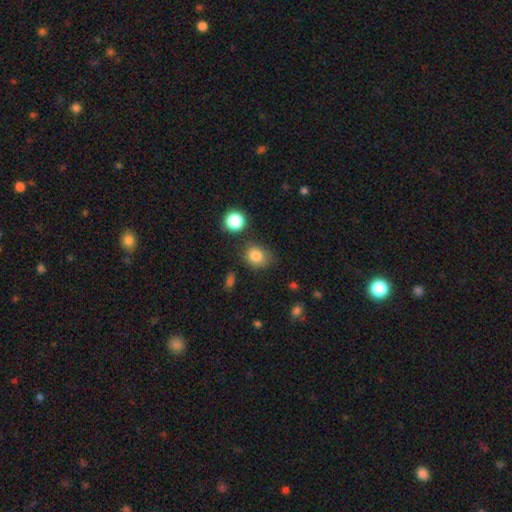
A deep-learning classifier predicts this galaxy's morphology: This is clearly a smooth galaxy (82%). How rounded: possibly round (55%). Merging: likely none (69%).